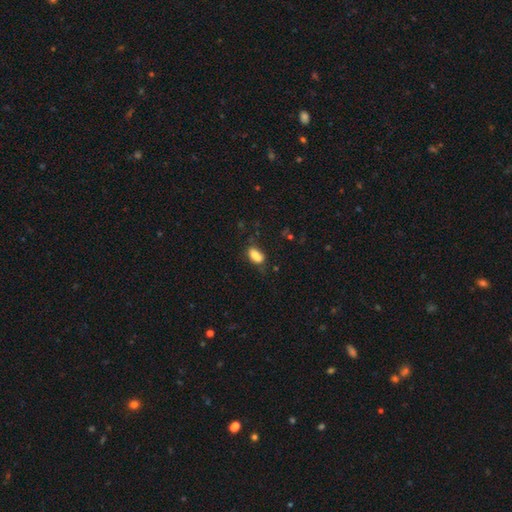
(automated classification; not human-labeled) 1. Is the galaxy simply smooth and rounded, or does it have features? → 81% smooth, 10% star or artifact, 9% featured or disk.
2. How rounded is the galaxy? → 86% in between, 8% cigar-shaped, 7% round.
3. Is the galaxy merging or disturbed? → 54% none, 28% minor disturbance, 10% major disturbance, 8% merger.